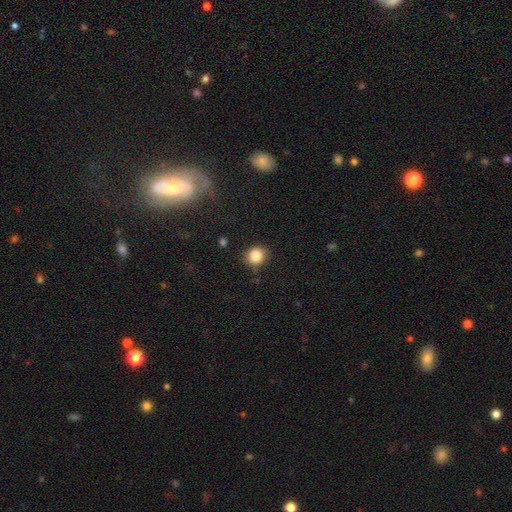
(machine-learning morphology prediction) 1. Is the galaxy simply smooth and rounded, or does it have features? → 86% smooth, 10% star or artifact, 4% featured or disk.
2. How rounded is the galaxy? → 85% round, 15% in between, 1% cigar-shaped.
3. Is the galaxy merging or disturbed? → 84% none, 11% minor disturbance, 3% major disturbance, 2% merger.